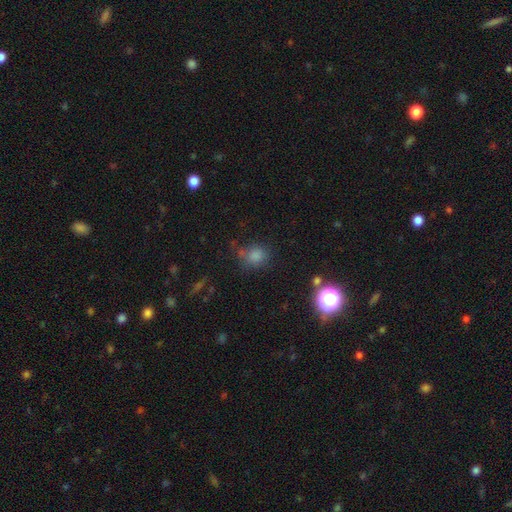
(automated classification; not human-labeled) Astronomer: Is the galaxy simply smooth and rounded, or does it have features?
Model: smooth — 79%.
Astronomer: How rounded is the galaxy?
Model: round — 75%.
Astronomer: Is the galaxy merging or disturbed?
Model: none — 66%.